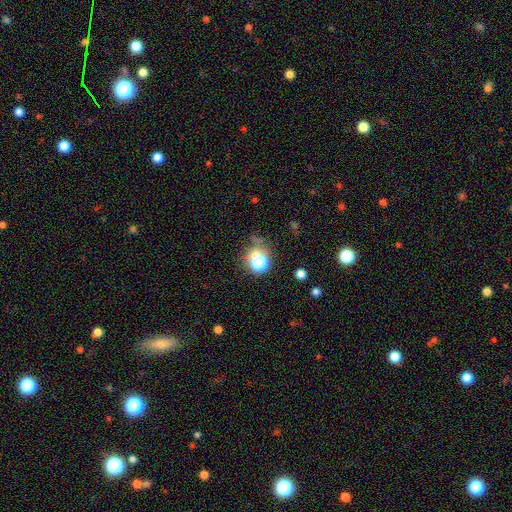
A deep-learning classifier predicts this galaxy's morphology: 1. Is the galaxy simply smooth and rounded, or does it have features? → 52% smooth, 37% star or artifact, 11% featured or disk.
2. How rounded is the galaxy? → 77% round, 21% in between, 2% cigar-shaped.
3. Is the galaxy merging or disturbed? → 61% none, 15% minor disturbance, 13% merger, 11% major disturbance.